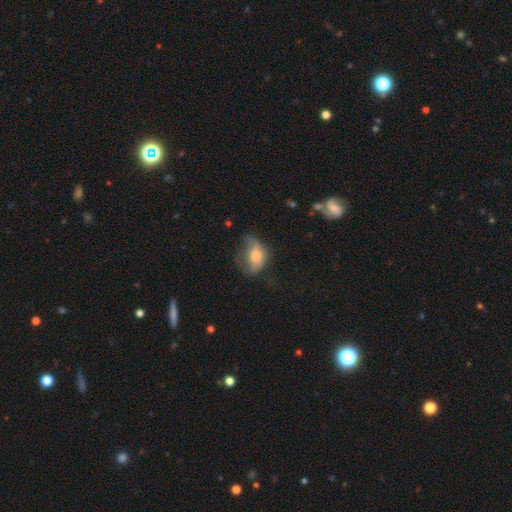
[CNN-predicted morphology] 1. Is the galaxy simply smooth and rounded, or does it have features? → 60% smooth, 30% featured or disk, 10% star or artifact.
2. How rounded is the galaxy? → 73% in between, 24% round, 2% cigar-shaped.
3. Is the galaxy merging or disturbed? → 34% minor disturbance, 32% major disturbance, 31% none, 3% merger.